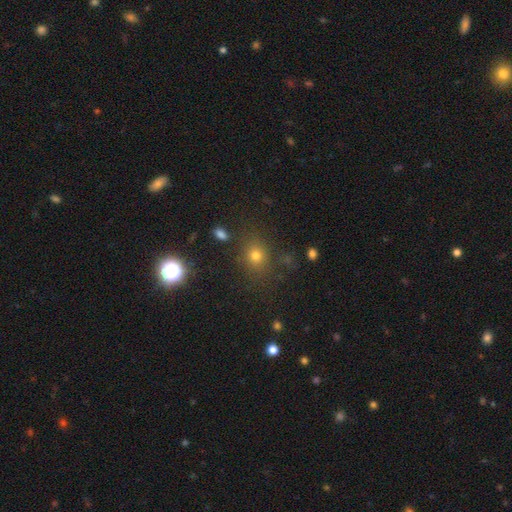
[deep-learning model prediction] A smooth galaxy with no disk features (71%) that is round (70%).

Vote fractions:
- Smooth or featured? smooth: 71% / star or artifact: 20% / featured or disk: 9%
- How rounded? round: 70% / in between: 29% / cigar-shaped: 1%
- Merging? none: 79% / minor disturbance: 12% / major disturbance: 6% / merger: 4%